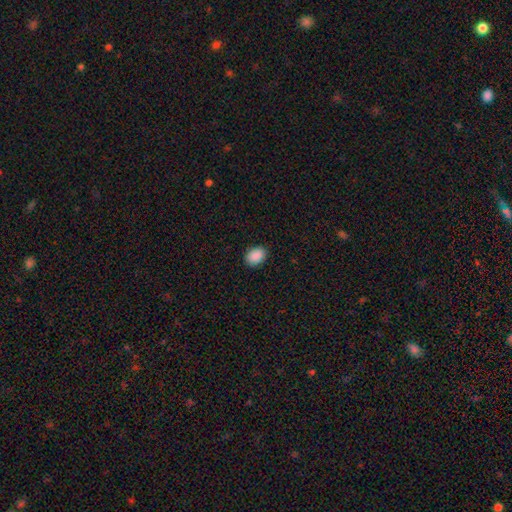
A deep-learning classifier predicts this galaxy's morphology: A smooth galaxy with no disk features (90%) that is in between round and cigar-shaped (73%).

Vote fractions:
- Smooth or featured? smooth: 90% / star or artifact: 7% / featured or disk: 3%
- How rounded? in between: 73% / round: 26% / cigar-shaped: 1%
- Merging? none: 89% / minor disturbance: 8% / major disturbance: 2% / merger: 1%